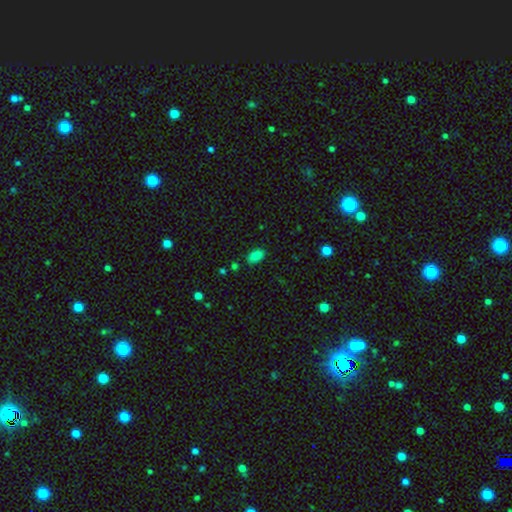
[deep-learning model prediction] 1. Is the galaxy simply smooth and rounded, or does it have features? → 85% smooth, 11% star or artifact, 5% featured or disk.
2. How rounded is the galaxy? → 92% in between, 5% round, 3% cigar-shaped.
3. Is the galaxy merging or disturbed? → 82% none, 13% minor disturbance, 3% major disturbance, 2% merger.